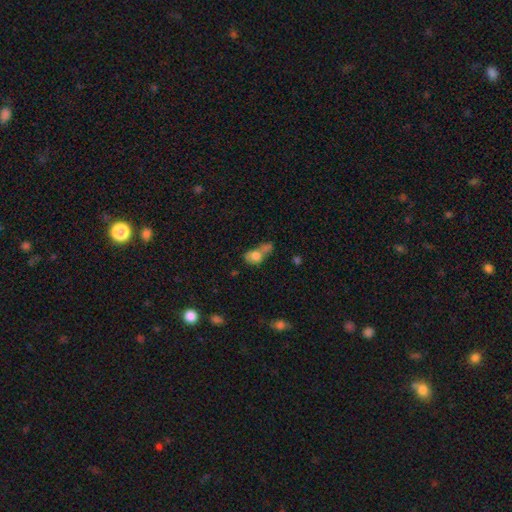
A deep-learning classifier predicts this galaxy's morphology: A smooth galaxy with no disk features (72%) that is in between round and cigar-shaped (61%). Merging: merger (50%).